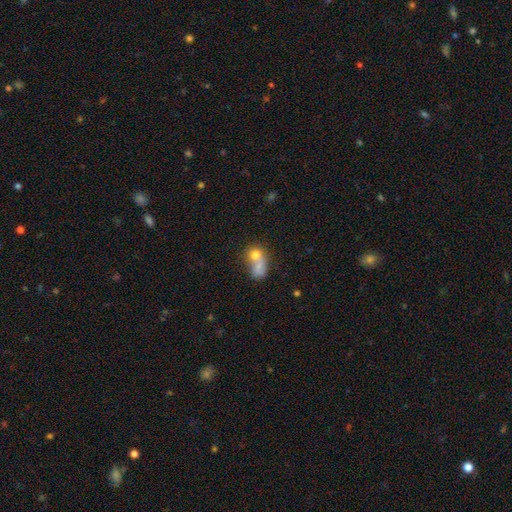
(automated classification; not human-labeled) smooth-or-featured: smooth: 70% | featured or disk: 20% | star or artifact: 10%
  how-rounded: round: 49% | in between: 48% | cigar-shaped: 2%
  merging: merger: 66% | none: 19% | minor disturbance: 8% | major disturbance: 7%